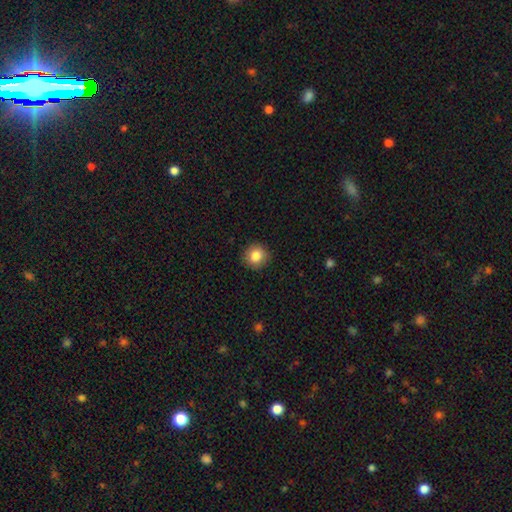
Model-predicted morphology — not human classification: Smooth or featured: smooth — 84% (star or artifact — 9%)
How rounded: round — 91% (in between — 8%)
Merging: none — 91% (minor disturbance — 6%)